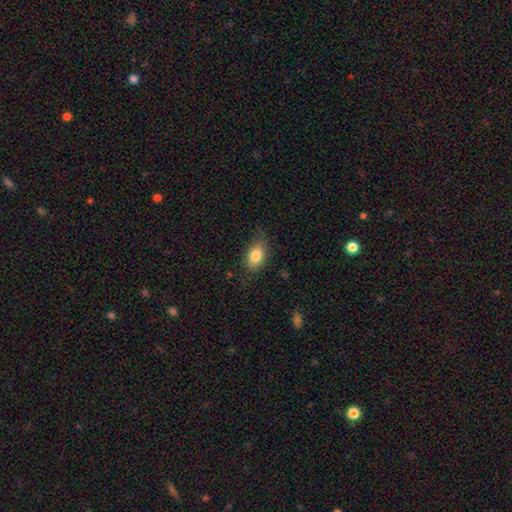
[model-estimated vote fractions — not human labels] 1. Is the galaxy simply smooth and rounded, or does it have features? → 81% smooth, 11% featured or disk, 8% star or artifact.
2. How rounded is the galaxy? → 82% in between, 15% round, 3% cigar-shaped.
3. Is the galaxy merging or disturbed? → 72% none, 21% minor disturbance, 5% major disturbance, 1% merger.